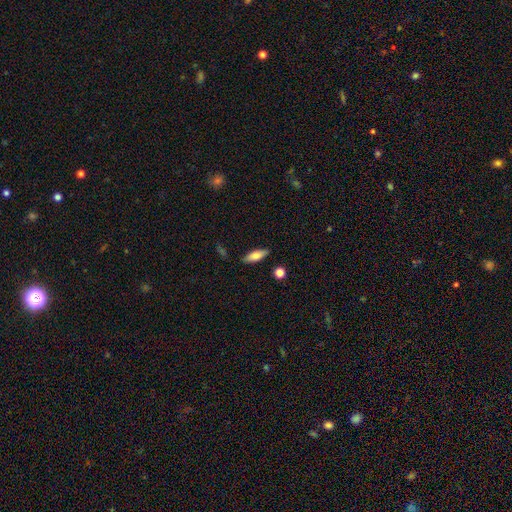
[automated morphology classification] Smooth or featured? smooth (74%)
How rounded? in between (62%)
Merging? none (85%)